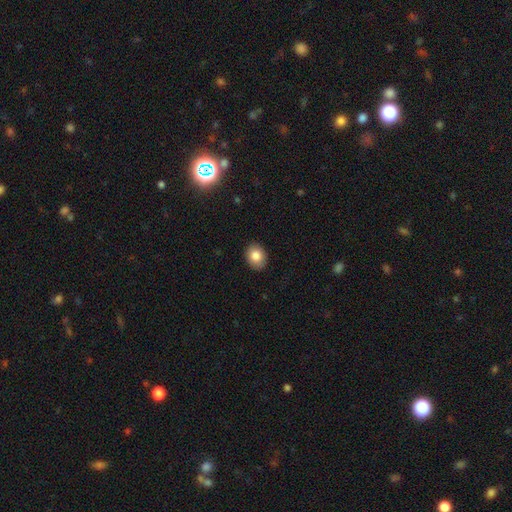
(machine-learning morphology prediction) A smooth galaxy with no disk features (84%) that is in between round and cigar-shaped (58%). Merging: none (89%).